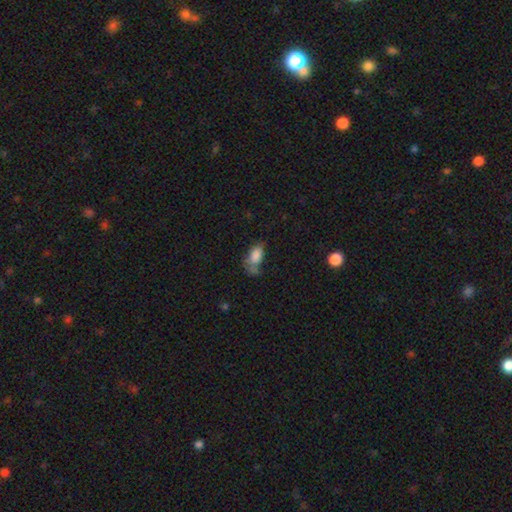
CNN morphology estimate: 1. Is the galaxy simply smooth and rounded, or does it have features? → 81% smooth, 10% featured or disk, 9% star or artifact.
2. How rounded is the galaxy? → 92% in between, 5% round, 3% cigar-shaped.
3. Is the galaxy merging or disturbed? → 36% none, 28% minor disturbance, 20% major disturbance, 16% merger.